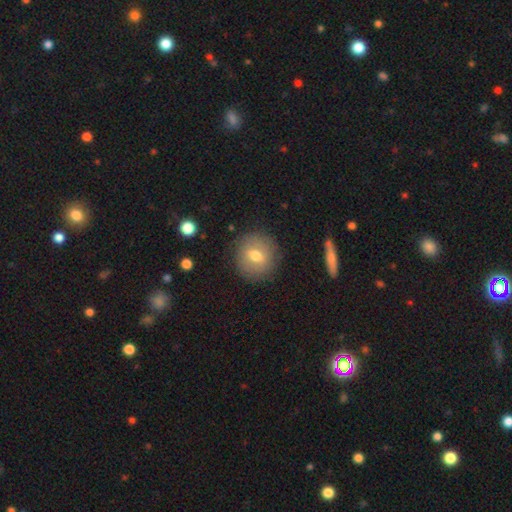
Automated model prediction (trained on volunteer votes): Smooth or featured? smooth (64%)
How rounded? round (86%)
Merging? none (85%)